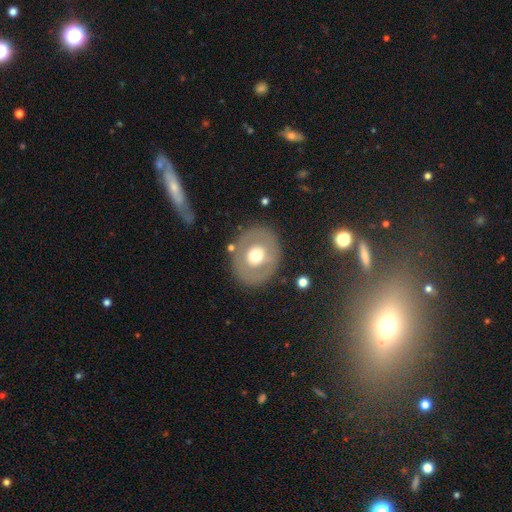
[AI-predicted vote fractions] This is possibly a smooth galaxy (49%). Merging: clearly none (82%).